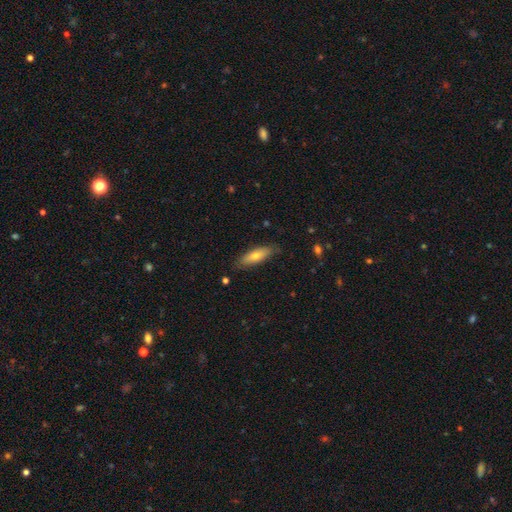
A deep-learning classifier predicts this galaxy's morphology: type=smooth (66%); roundness=in between (50%); merging=none (82%).